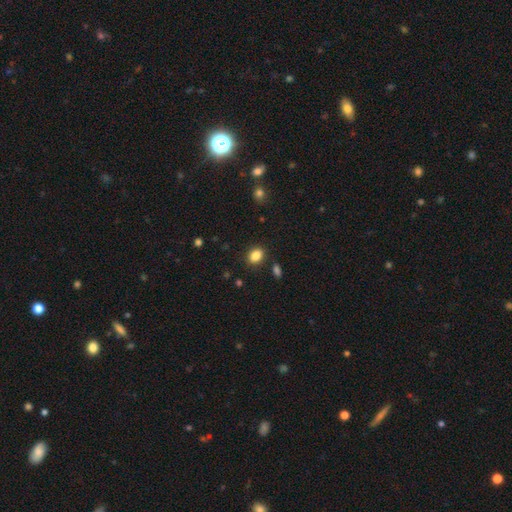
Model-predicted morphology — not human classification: smooth_or_featured: smooth (p=0.86) [alt: star or artifact p=0.09]
how_rounded: in between (p=0.69) [alt: round p=0.30]
merging: none (p=0.84) [alt: minor disturbance p=0.10]